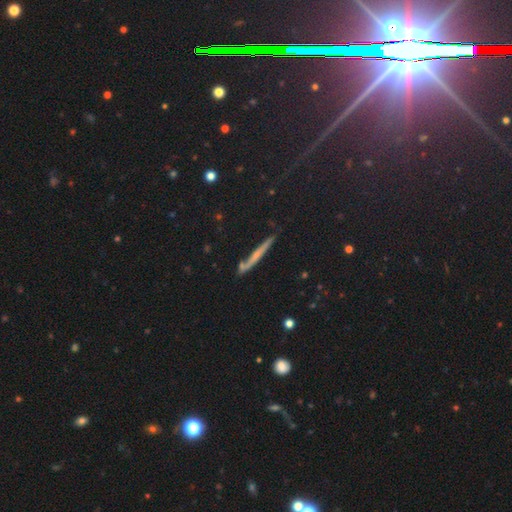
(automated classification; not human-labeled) This is marginally a featured or disk galaxy (45%). Merging: likely none (79%).